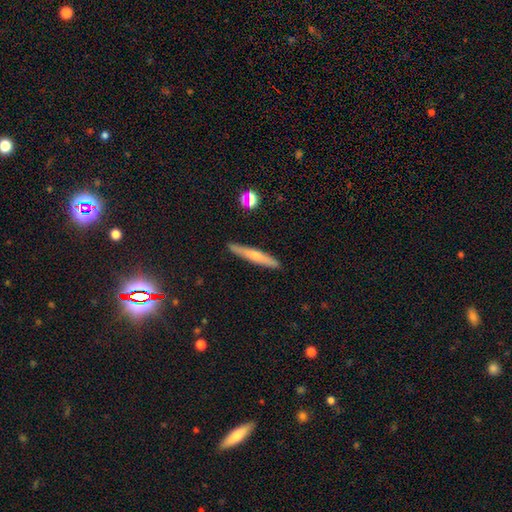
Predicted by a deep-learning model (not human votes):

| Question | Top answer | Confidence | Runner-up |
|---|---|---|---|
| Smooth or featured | smooth | 55% | featured or disk (38%) |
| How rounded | cigar-shaped | 94% | in between (4%) |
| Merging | none | 90% | minor disturbance (7%) |